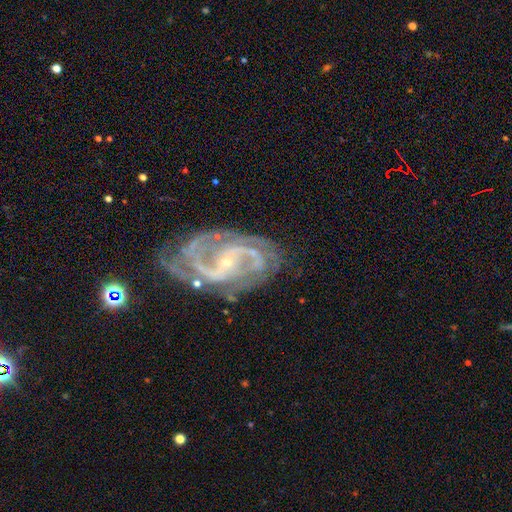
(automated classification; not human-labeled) This is clearly a featured or disk galaxy (90%). It is clearly not viewed edge-on (97%). Bar: marginally no (39%). Spiral arm pattern: clearly yes (97%). Spiral arm count: likely 2 (73%). Spiral winding: possibly medium (53%). Central bulge: clearly small (83%). Merging: likely none (60%).